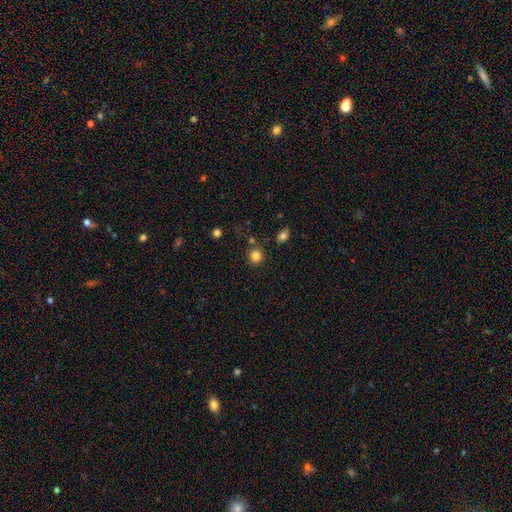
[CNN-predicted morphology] Smooth or featured? smooth (84%)
How rounded? round (88%)
Merging? none (81%)